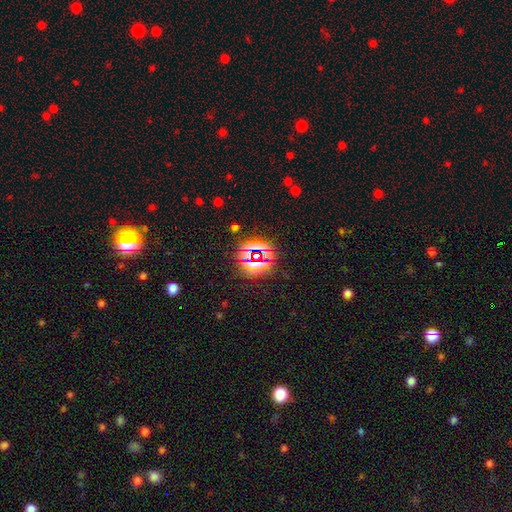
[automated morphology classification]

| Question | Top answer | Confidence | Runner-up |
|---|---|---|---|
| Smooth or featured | star or artifact | 75% | smooth (17%) |